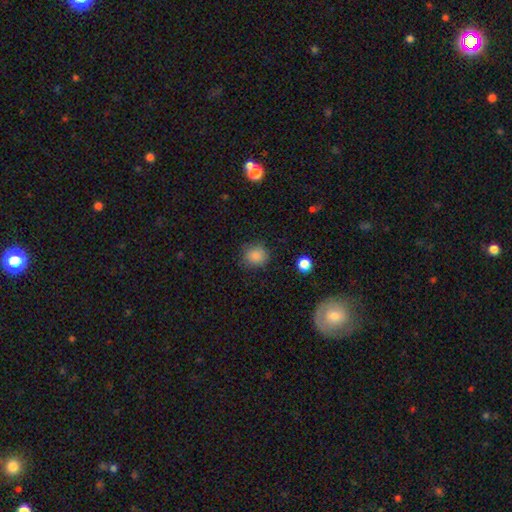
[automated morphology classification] type=smooth (86%); roundness=round (83%); merging=none (83%).